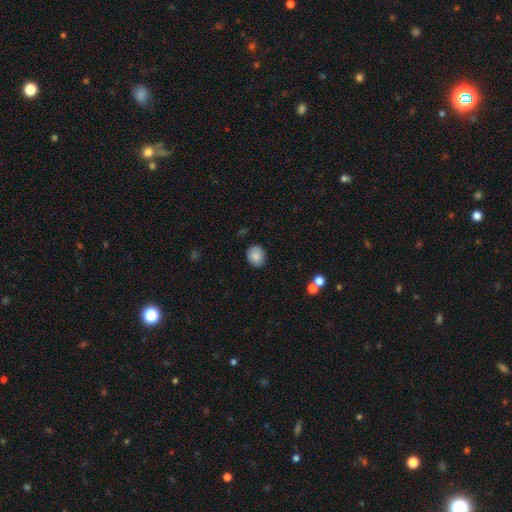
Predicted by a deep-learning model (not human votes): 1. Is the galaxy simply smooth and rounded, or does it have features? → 83% smooth, 9% featured or disk, 8% star or artifact.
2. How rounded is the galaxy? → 72% round, 28% in between, 1% cigar-shaped.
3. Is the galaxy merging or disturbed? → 87% none, 10% minor disturbance, 2% major disturbance, 1% merger.